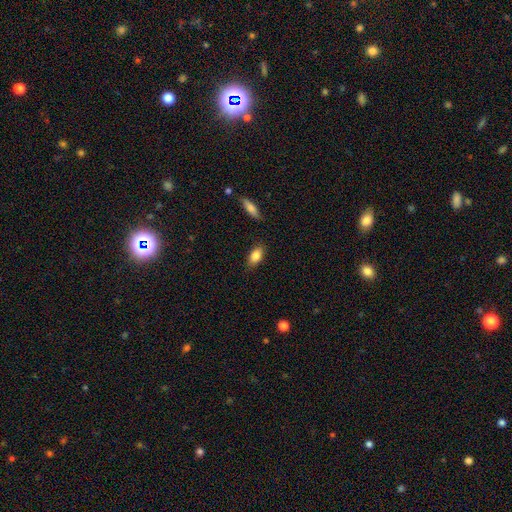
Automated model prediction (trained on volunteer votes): Morphology: type=smooth (85%); roundness=in between (89%); merging=none (83%).